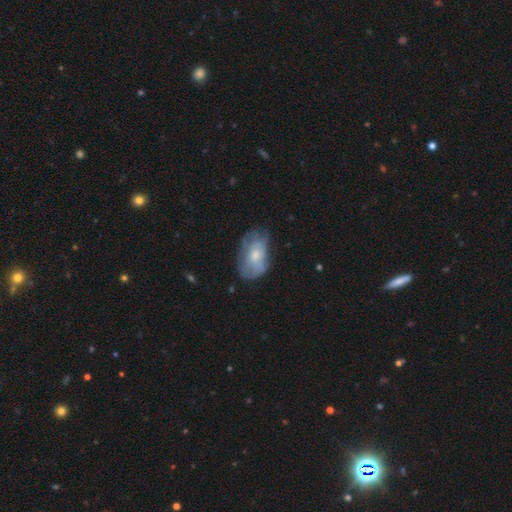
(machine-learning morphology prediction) Smooth or featured? smooth (51%)
How rounded? in between (89%)
Merging? none (49%)